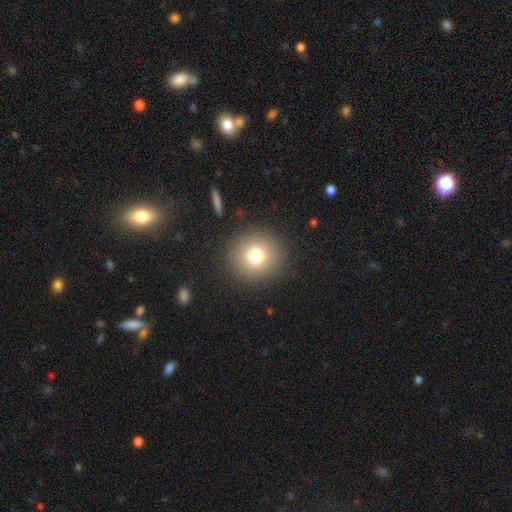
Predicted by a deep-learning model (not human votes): smooth 76%, star or artifact 12%, featured or disk 11%. Down the decision tree: how rounded — round (93%); merging — none (90%).